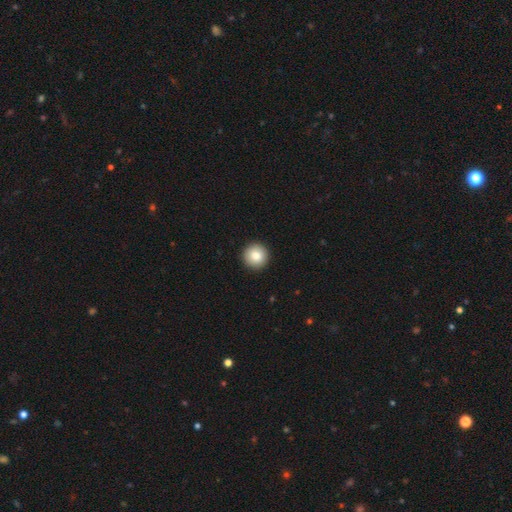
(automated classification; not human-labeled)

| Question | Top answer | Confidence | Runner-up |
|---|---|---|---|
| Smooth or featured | smooth | 84% | star or artifact (8%) |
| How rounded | round | 96% | in between (3%) |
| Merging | none | 94% | minor disturbance (4%) |